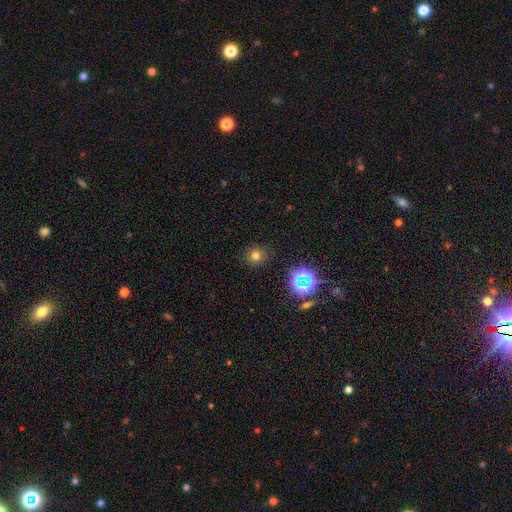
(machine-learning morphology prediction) The model was most divided on "smooth or featured": smooth: 69%, star or artifact: 23%, featured or disk: 8%. More confident: how rounded — round (88%); merging — none (87%).